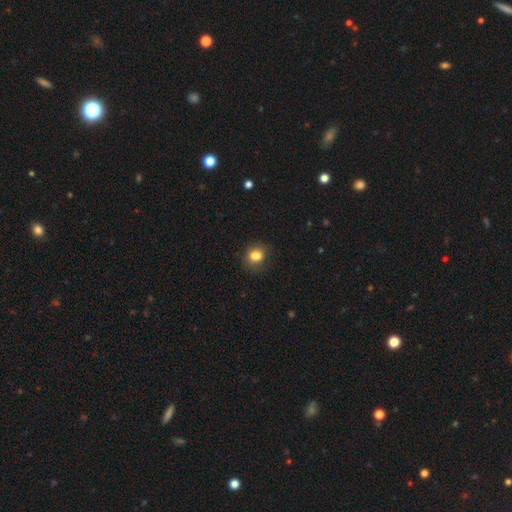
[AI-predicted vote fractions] Smooth or featured: smooth — 81% (star or artifact — 11%)
How rounded: round — 54% (in between — 45%)
Merging: none — 67% (minor disturbance — 20%)